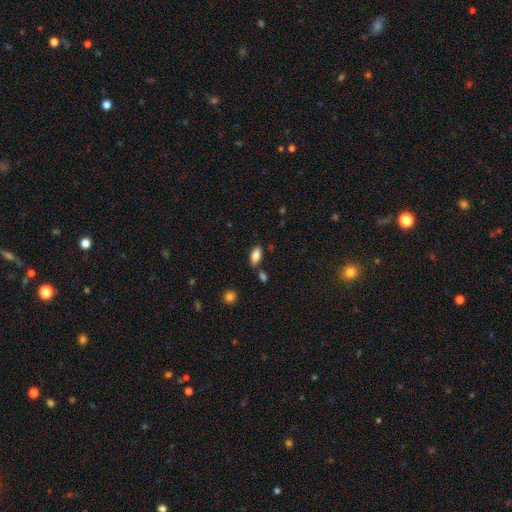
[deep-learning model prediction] Smooth or featured? smooth (83%)
How rounded? in between (88%)
Merging? none (76%)